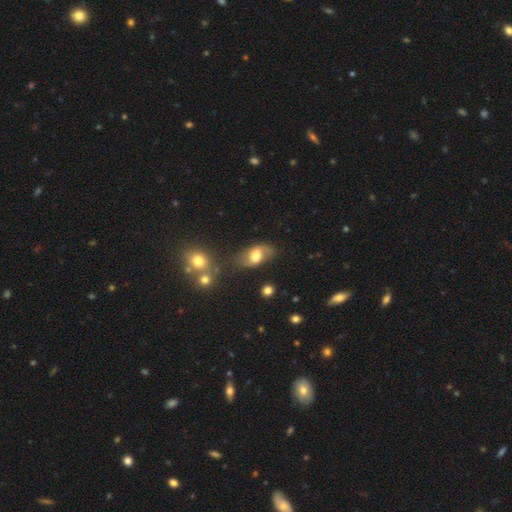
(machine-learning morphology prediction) Q: Smooth or featured?
A: smooth (49%); runner-up: featured or disk (43%)
Q: Merging?
A: none (62%); runner-up: minor disturbance (23%)